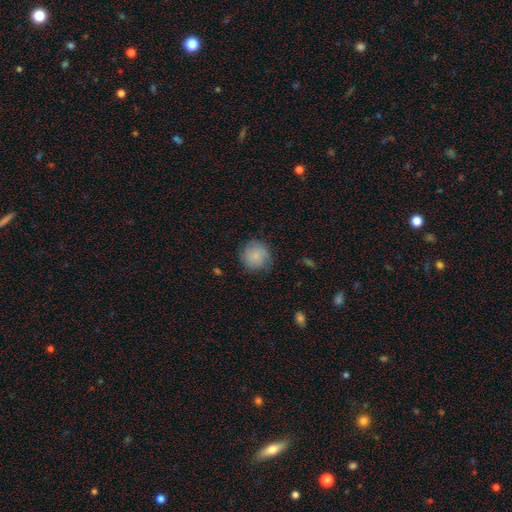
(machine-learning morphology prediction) smooth-or-featured: smooth: 77% | featured or disk: 15% | star or artifact: 7%
  how-rounded: round: 92% | in between: 7% | cigar-shaped: 1%
  merging: none: 73% | minor disturbance: 20% | major disturbance: 6% | merger: 1%